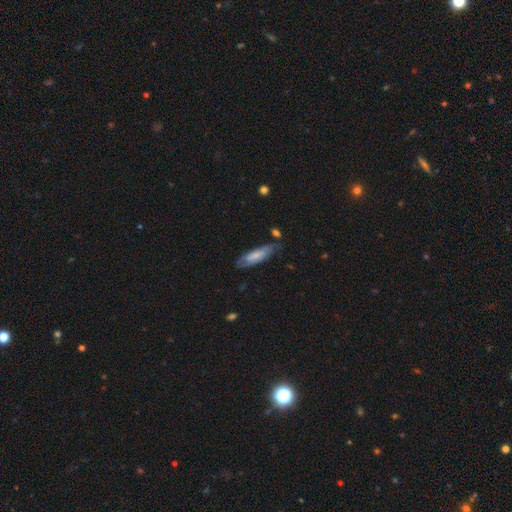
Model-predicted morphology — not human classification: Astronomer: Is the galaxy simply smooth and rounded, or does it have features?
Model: smooth — 59% (runner-up: featured or disk, 35%).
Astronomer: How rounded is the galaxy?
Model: cigar-shaped — 52% (runner-up: in between, 46%).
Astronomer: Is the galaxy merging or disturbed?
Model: none — 66%.